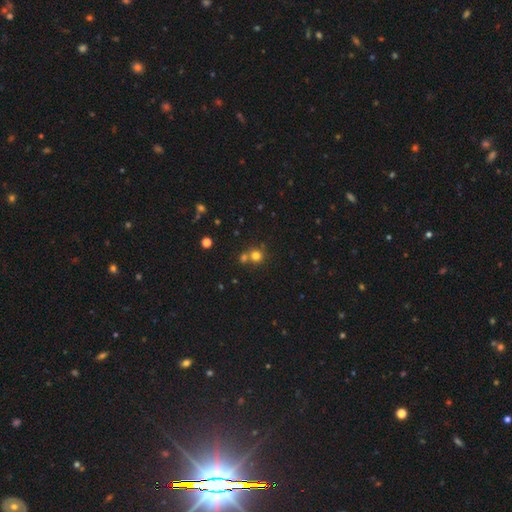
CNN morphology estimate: smooth_or_featured: smooth (p=0.75) [alt: star or artifact p=0.17]
how_rounded: round (p=0.89) [alt: in between p=0.10]
merging: none (p=0.58) [alt: merger p=0.32]